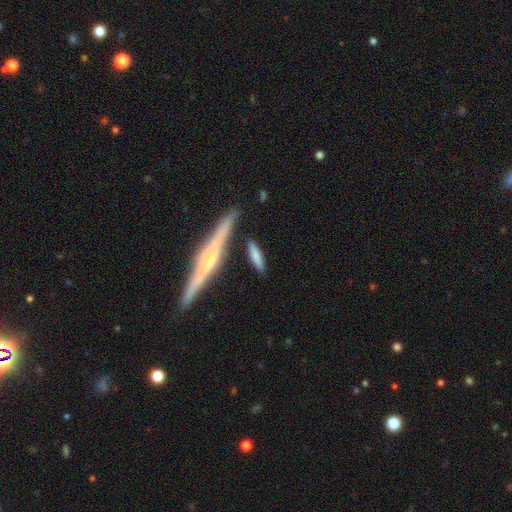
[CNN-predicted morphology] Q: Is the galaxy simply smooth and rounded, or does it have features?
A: smooth — 66%.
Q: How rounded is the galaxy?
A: cigar-shaped — 72%.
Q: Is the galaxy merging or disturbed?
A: none — 76%.